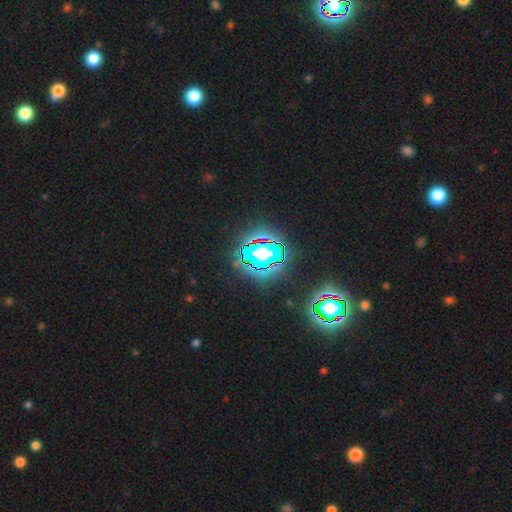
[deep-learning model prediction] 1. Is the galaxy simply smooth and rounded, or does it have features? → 79% star or artifact, 13% smooth, 9% featured or disk.